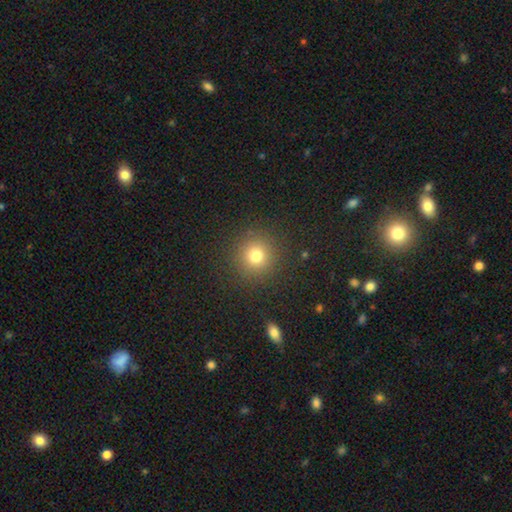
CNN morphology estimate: Smooth or featured? Predicted: smooth (p=0.76). How rounded? Predicted: round (p=0.94). Merging? Predicted: none (p=0.90).